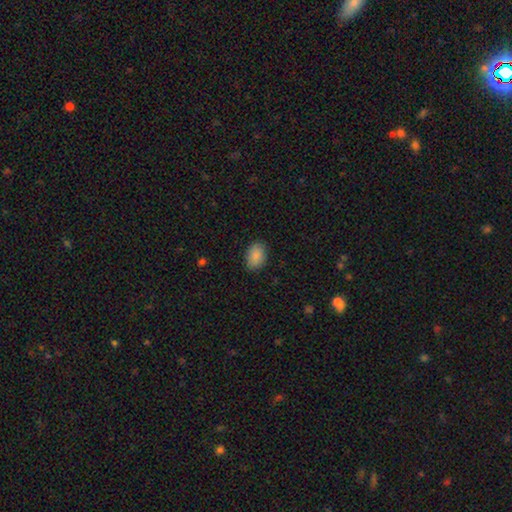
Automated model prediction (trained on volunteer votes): Smooth or featured: smooth — 88% (star or artifact — 7%)
How rounded: in between — 81% (round — 18%)
Merging: none — 85% (minor disturbance — 11%)